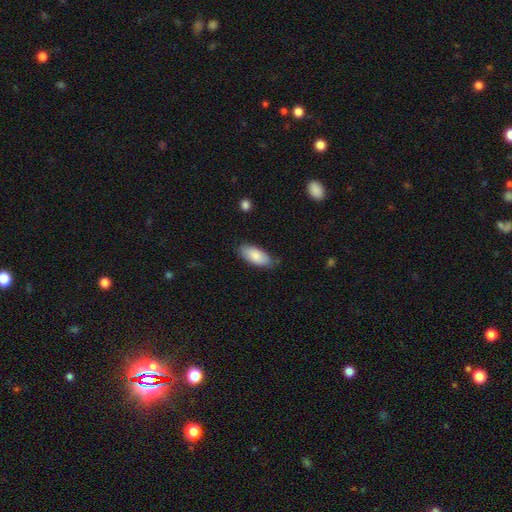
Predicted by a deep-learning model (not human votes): A smooth galaxy with no disk features (84%) that is in between round and cigar-shaped (88%). Merging: none (77%).